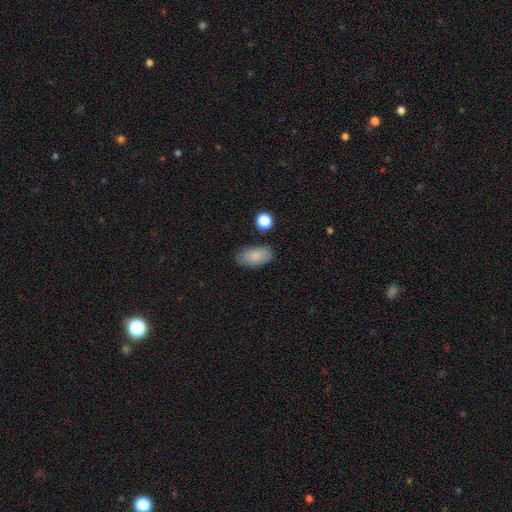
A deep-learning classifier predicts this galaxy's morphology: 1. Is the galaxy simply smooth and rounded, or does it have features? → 85% smooth, 8% star or artifact, 7% featured or disk.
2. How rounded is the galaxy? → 91% in between, 5% cigar-shaped, 4% round.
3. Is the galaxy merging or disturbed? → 80% none, 14% minor disturbance, 4% major disturbance, 3% merger.